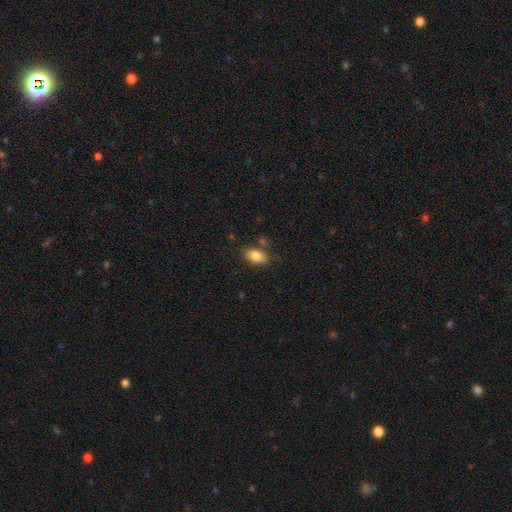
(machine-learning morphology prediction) A smooth galaxy with no disk features (84%) that is in between round and cigar-shaped (91%).

Vote fractions:
- Smooth or featured? smooth: 84% / featured or disk: 9% / star or artifact: 8%
- How rounded? in between: 91% / round: 7% / cigar-shaped: 3%
- Merging? none: 74% / minor disturbance: 15% / merger: 8% / major disturbance: 4%